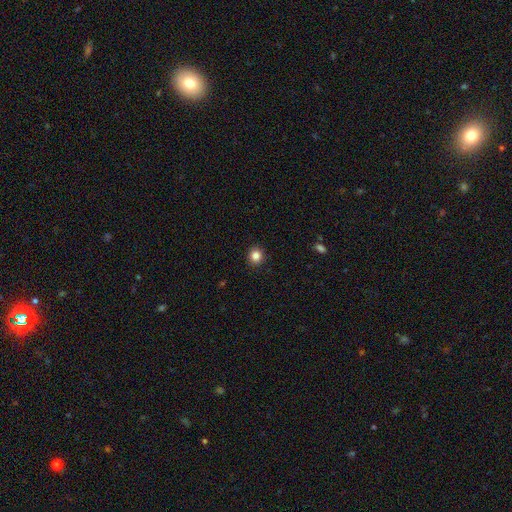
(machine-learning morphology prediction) Q: Smooth or featured?
A: smooth (84%); runner-up: star or artifact (11%)
Q: How rounded?
A: round (90%); runner-up: in between (9%)
Q: Merging?
A: none (92%); runner-up: minor disturbance (6%)